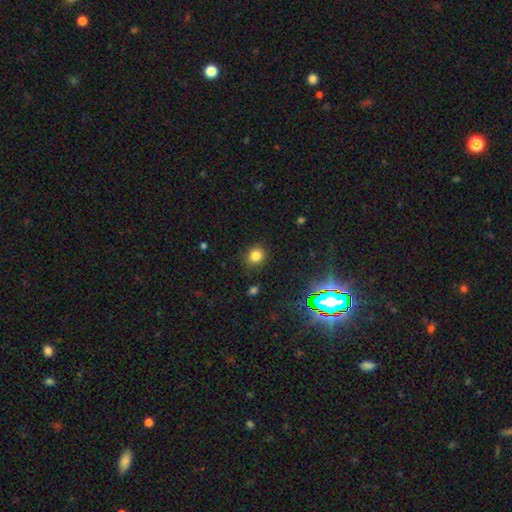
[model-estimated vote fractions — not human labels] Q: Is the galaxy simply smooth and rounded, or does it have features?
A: smooth — 80%.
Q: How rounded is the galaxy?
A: round — 82%.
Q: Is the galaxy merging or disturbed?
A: none — 87%.